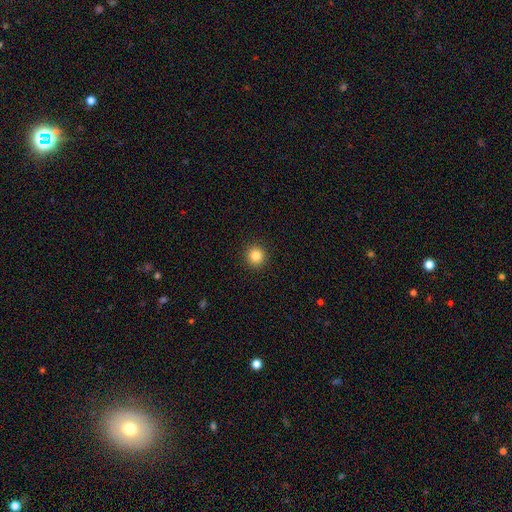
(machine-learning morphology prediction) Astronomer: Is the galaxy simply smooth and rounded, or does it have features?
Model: smooth — 85%.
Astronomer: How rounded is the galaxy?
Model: round — 94%.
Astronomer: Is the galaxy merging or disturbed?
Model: none — 93%.